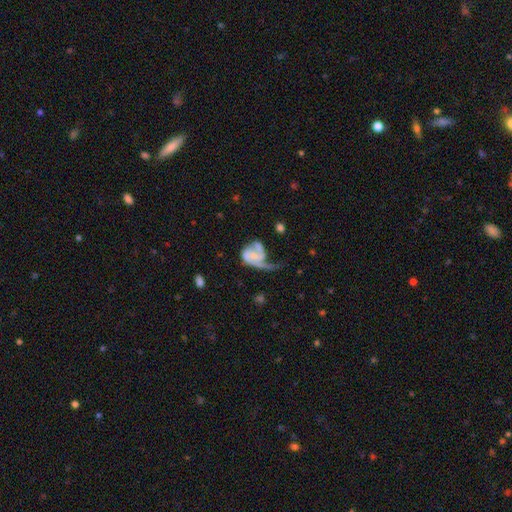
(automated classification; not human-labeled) Overall: featured or disk (75%). Edge-on disk: no (98%). Bar: no (60%; weak 31%). Spiral arms: yes (87%). Spiral arm count: 2 (45%; 1 38%). Spiral winding: medium (40%; loose 36%). Bulge size: small (55%; none 22%). Merging: major disturbance (49%; none 23%).